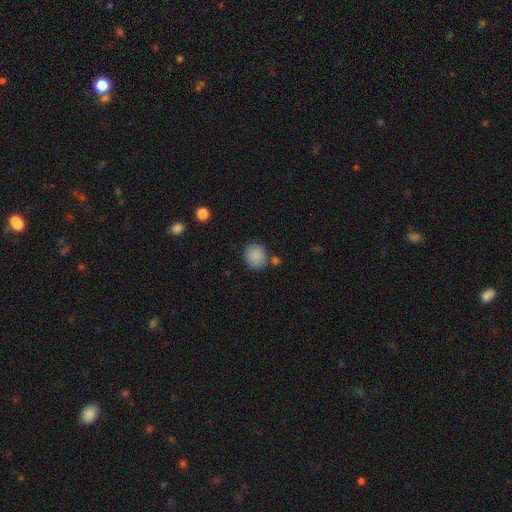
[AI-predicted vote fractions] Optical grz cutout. It shows a smooth galaxy with no disk features (87%) that is round (77%). Merging: none (76%).